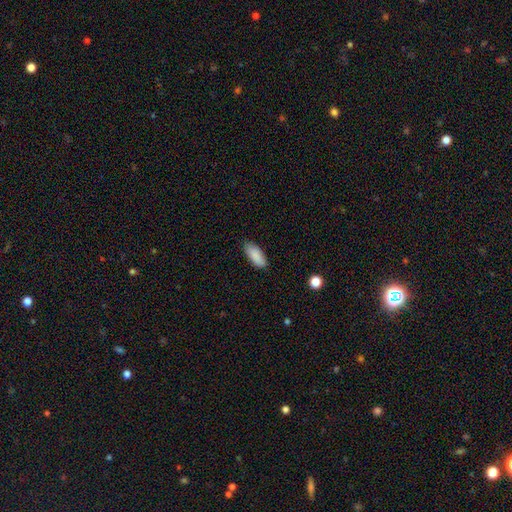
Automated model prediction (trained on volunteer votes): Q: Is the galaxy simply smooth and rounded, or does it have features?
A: smooth — 89%.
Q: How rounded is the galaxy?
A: in between — 83%.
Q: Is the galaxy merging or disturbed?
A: none — 84%.